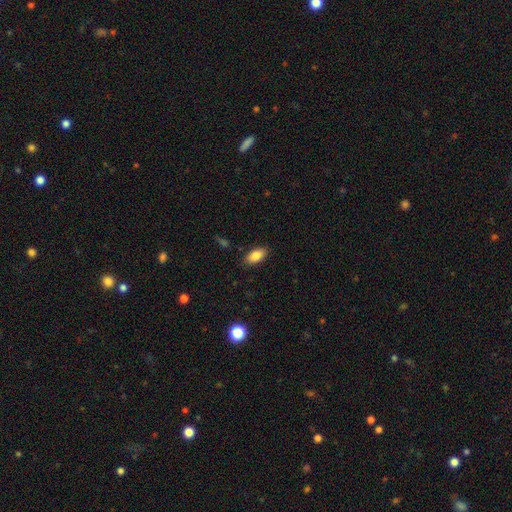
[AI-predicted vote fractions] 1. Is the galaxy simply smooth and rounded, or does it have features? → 85% smooth, 8% star or artifact, 7% featured or disk.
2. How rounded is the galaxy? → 92% in between, 5% cigar-shaped, 3% round.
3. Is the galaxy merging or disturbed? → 87% none, 10% minor disturbance, 2% major disturbance, 1% merger.